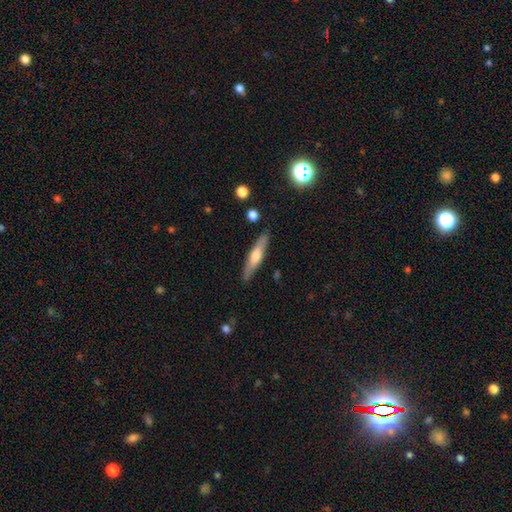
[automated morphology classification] type=smooth (48%); merging=none (87%).